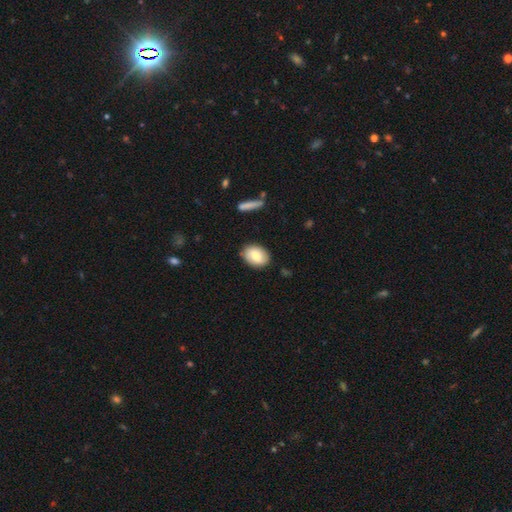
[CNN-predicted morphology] Smooth or featured?
  - smooth: 78% *
  - featured or disk: 15%
  - star or artifact: 6%
How rounded?
  - in between: 78% *
  - round: 21%
  - cigar-shaped: 1%
Merging?
  - none: 86% *
  - minor disturbance: 10%
  - major disturbance: 2%
  - merger: 2%